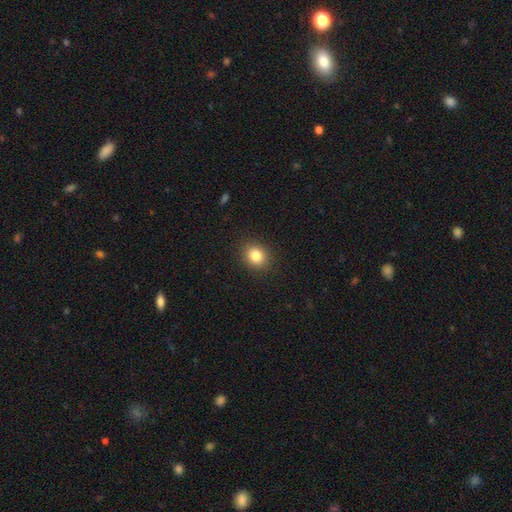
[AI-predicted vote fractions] This is clearly a smooth galaxy (83%). How rounded: likely round (65%). Merging: clearly none (90%).